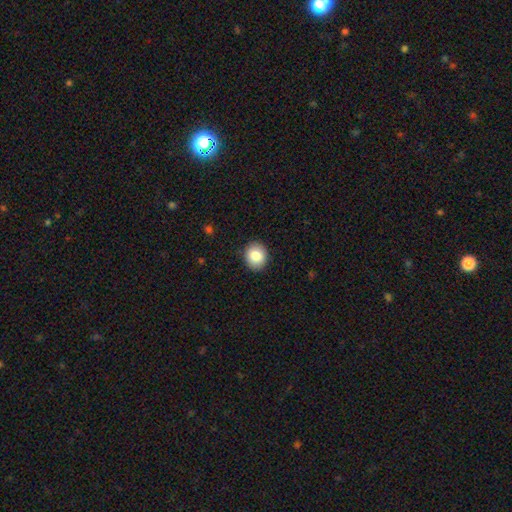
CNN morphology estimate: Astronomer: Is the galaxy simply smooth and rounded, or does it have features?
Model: smooth — 84%.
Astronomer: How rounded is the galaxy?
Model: round — 73%.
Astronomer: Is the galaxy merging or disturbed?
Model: none — 91%.